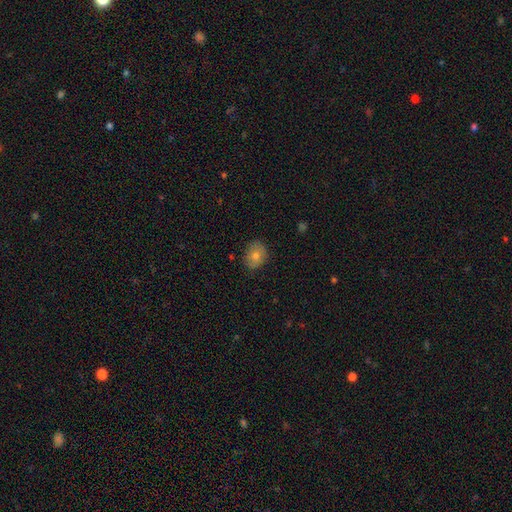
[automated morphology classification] The model was most divided on "how rounded": in between: 54%, round: 45%, cigar-shaped: 1%. More confident: merging — none (81%); smooth or featured — smooth (71%).